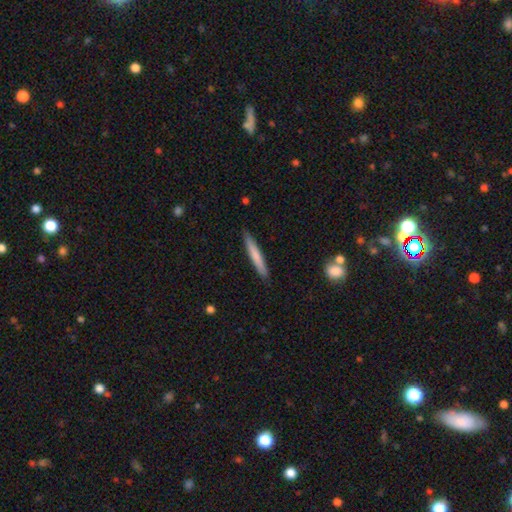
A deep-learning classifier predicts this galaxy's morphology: Smooth or featured: smooth — 73% (featured or disk — 22%)
How rounded: cigar-shaped — 95% (in between — 4%)
Merging: none — 88% (minor disturbance — 9%)